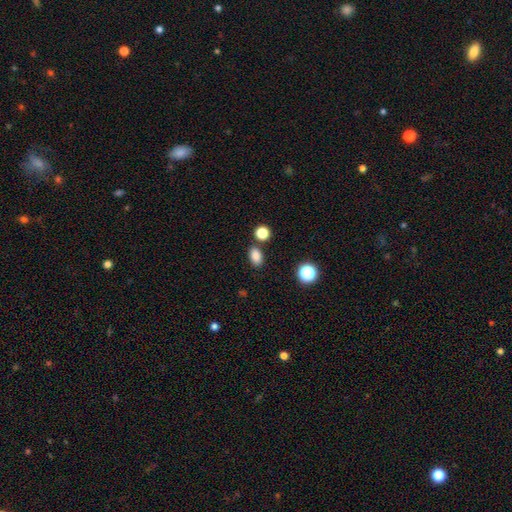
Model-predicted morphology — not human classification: Q: Smooth or featured?
A: smooth (84%); runner-up: star or artifact (11%)
Q: How rounded?
A: in between (81%); runner-up: round (17%)
Q: Merging?
A: none (79%); runner-up: minor disturbance (10%)